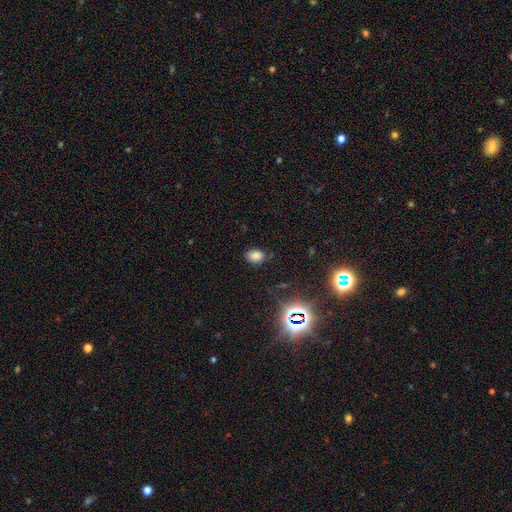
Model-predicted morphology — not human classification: This appears to be a smooth galaxy with no disk features (75%) that is in between round and cigar-shaped (66%). Merging: none (78%).